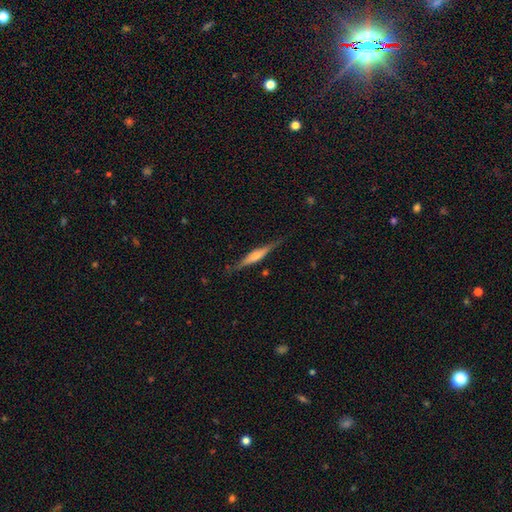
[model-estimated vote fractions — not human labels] Q: Smooth or featured?
A: featured or disk (61%); runner-up: smooth (33%)
Q: Edge-on disk?
A: yes (97%); runner-up: no (3%)
Q: Edge-on bulge?
A: rounded (68%); runner-up: boxy (19%)
Q: Merging?
A: none (84%); runner-up: minor disturbance (12%)